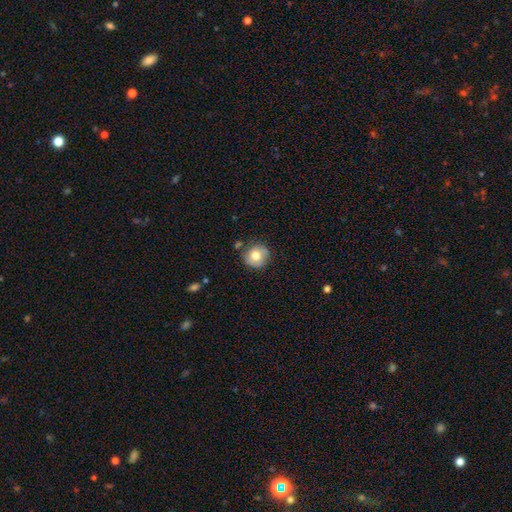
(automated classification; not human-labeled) A smooth galaxy with no disk features (72%) that is round (87%). Merging: none (74%).